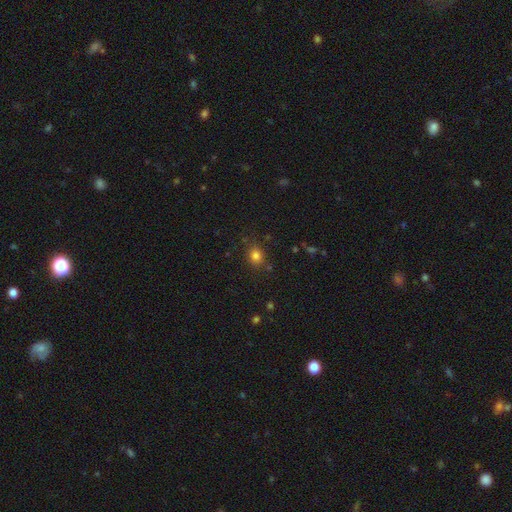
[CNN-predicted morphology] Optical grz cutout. It shows a smooth galaxy with no disk features (80%) that is round (59%). Merging: none (81%).